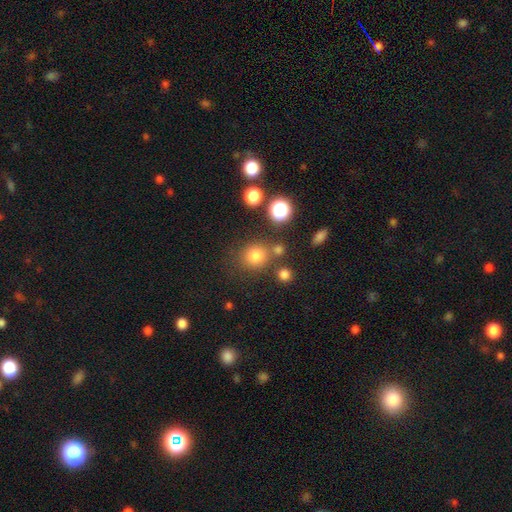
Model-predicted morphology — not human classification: smooth 77%, star or artifact 16%, featured or disk 7%. Down the decision tree: how rounded — round (82%); merging — none (74%).